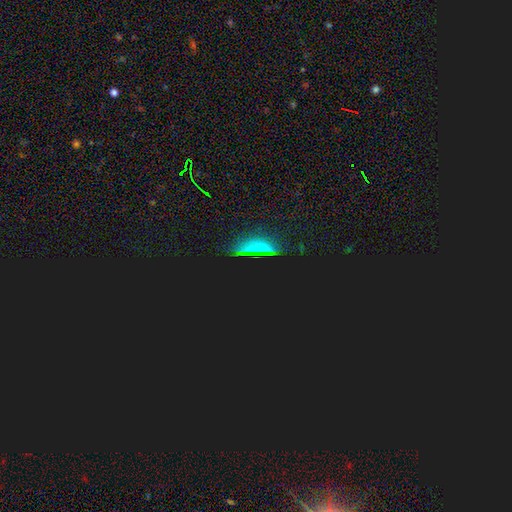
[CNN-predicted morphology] Smooth or featured?
  - star or artifact: 67% *
  - smooth: 22%
  - featured or disk: 11%